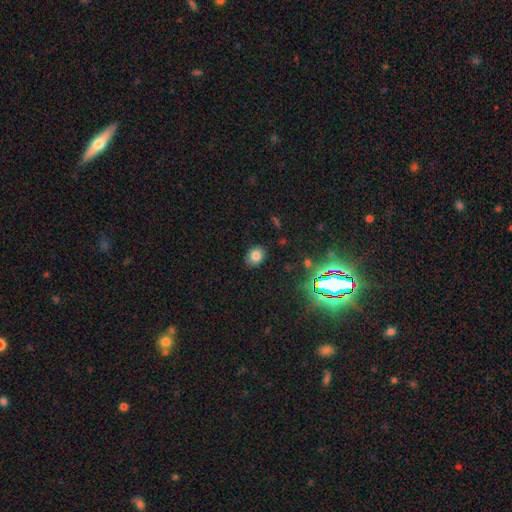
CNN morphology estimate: smooth 79%, star or artifact 14%, featured or disk 7%. Down the decision tree: how rounded — in between (50%); merging — none (85%).